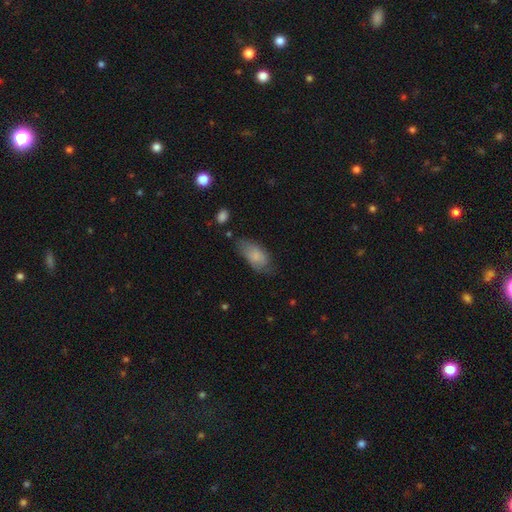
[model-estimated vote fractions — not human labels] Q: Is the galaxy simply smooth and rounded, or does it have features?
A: smooth — 77%.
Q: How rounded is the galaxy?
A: in between — 91%.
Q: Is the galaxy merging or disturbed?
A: none — 52%.